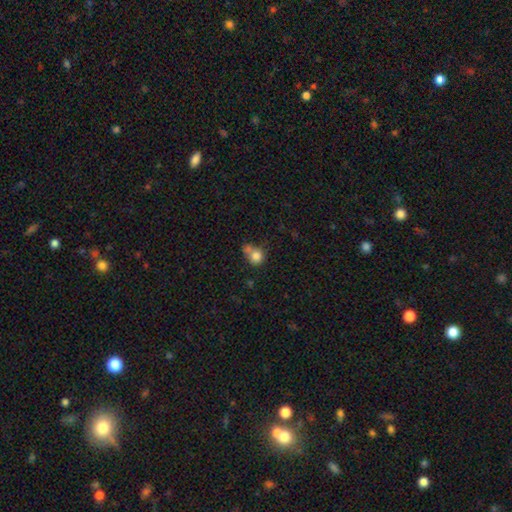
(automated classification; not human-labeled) Smooth or featured?
  - smooth: 80% *
  - star or artifact: 10%
  - featured or disk: 10%
How rounded?
  - round: 74% *
  - in between: 25%
  - cigar-shaped: 1%
Merging?
  - merger: 42% *
  - none: 34%
  - minor disturbance: 15%
  - major disturbance: 8%